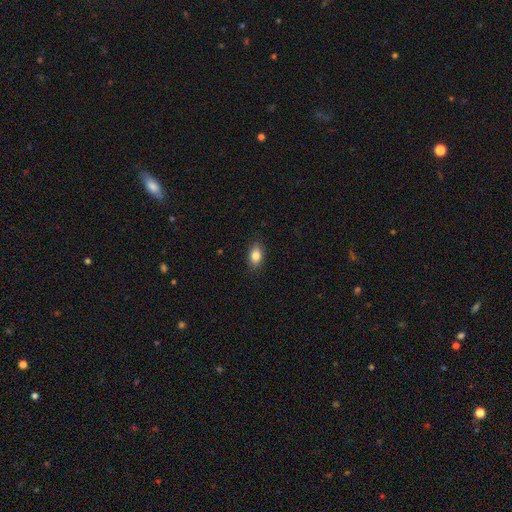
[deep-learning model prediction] Smooth or featured: smooth — 84% (star or artifact — 9%)
How rounded: in between — 84% (round — 14%)
Merging: none — 87% (minor disturbance — 10%)